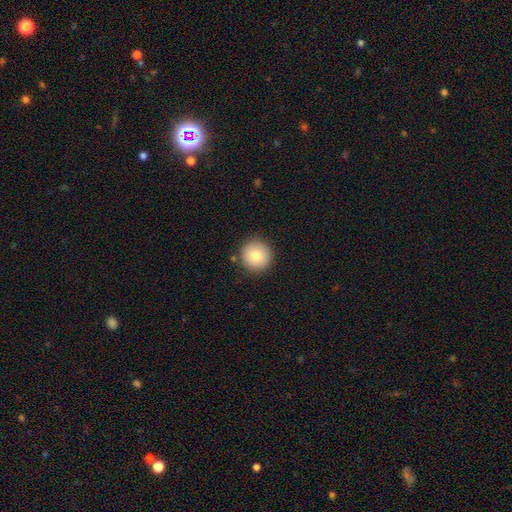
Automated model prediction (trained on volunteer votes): This appears to be a smooth galaxy with no disk features (80%) that is round (95%). Merging: none (88%).